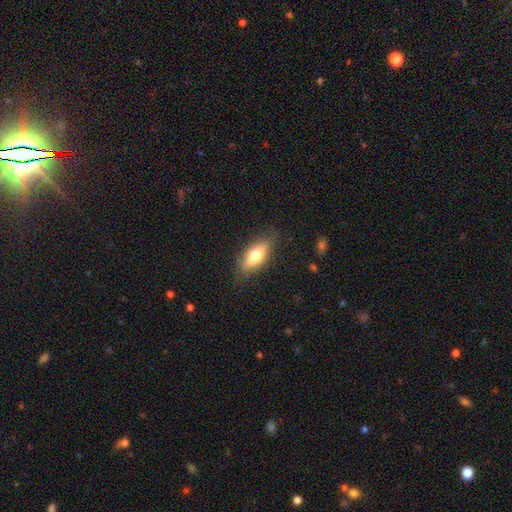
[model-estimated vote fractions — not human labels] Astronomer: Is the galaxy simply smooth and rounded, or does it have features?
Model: smooth — 65%.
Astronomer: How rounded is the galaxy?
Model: in between — 72%.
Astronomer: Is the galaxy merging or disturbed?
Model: none — 83%.